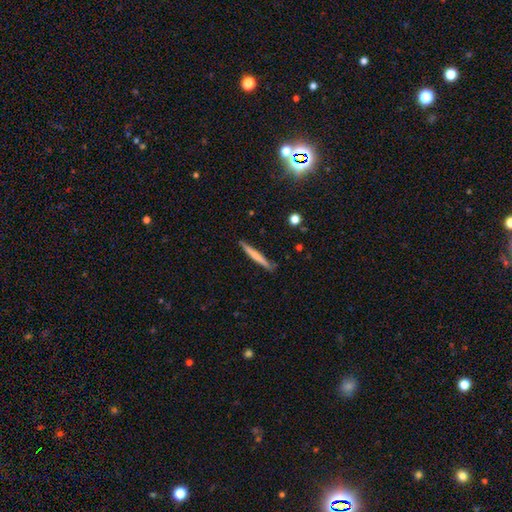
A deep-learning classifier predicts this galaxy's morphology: Smooth or featured? smooth (64%)
How rounded? cigar-shaped (96%)
Merging? none (86%)